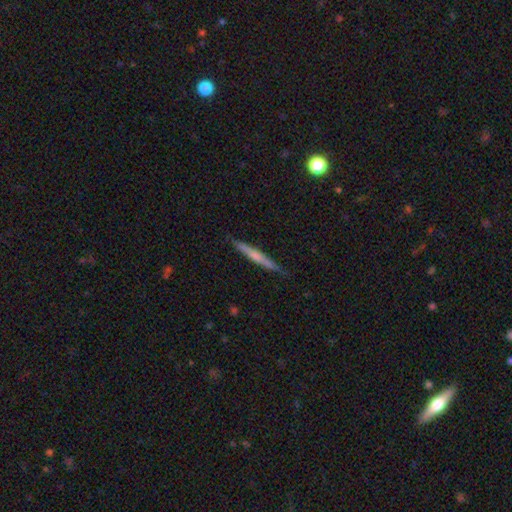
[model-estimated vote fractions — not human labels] This appears to be a featured or disk galaxy (49%). Merging: none (88%).